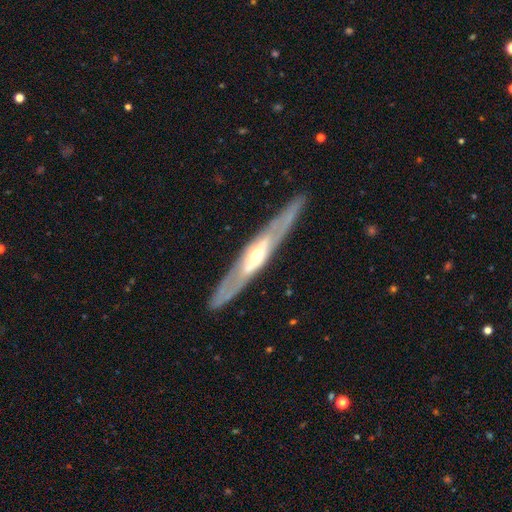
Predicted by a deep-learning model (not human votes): Overall: featured or disk (78%). Edge-on disk: yes (66%; no 34%). Edge-on bulge: rounded (80%). Merging: none (87%).